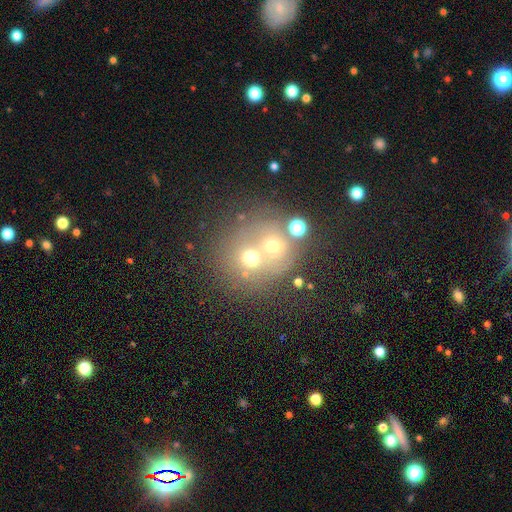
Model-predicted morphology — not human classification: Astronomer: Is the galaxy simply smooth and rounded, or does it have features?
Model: smooth — 51% (runner-up: featured or disk, 27%).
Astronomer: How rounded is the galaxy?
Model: round — 80%.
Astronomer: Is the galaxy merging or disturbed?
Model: merger — 54% (runner-up: none, 35%).